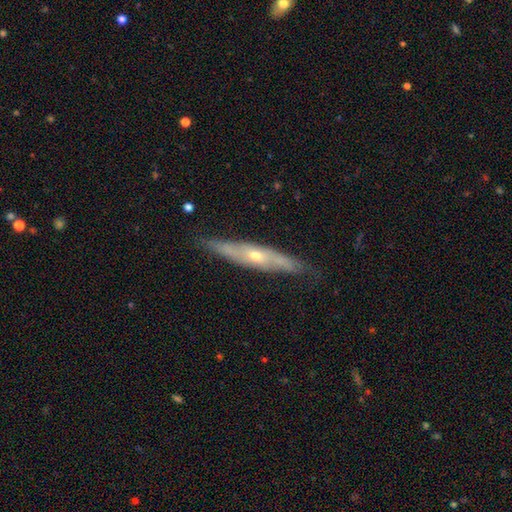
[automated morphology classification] A featured or disk galaxy (71%) viewed edge-on (74%) with a rounded central bulge (79%).

Vote fractions:
- Smooth or featured? featured or disk: 71% / smooth: 22% / star or artifact: 7%
- Edge-on disk? yes: 74% / no: 26%
- Edge-on bulge? rounded: 79% / none: 19% / boxy: 3%
- Merging? none: 80% / minor disturbance: 16% / major disturbance: 3% / merger: 1%